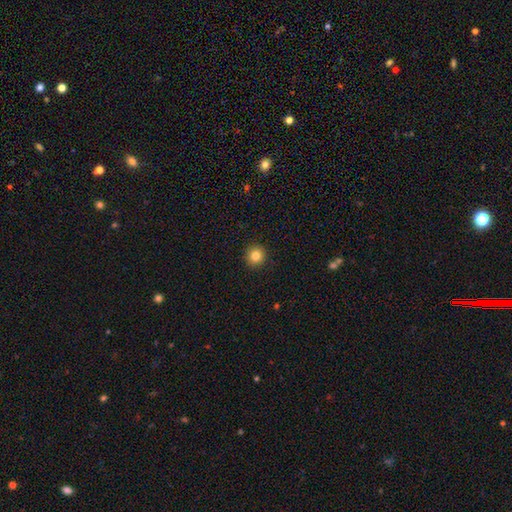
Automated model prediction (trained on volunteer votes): Morphology: type=smooth (82%); roundness=round (94%); merging=none (93%).